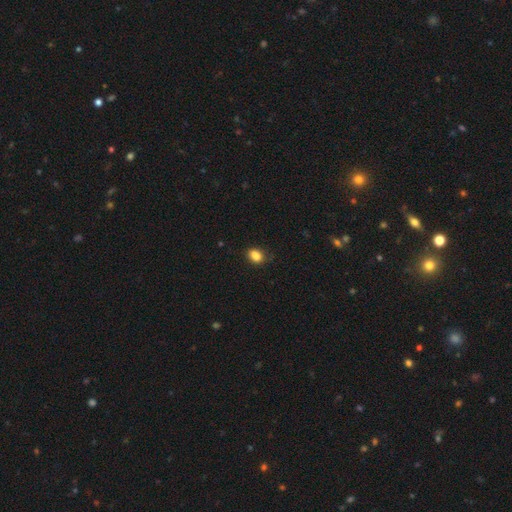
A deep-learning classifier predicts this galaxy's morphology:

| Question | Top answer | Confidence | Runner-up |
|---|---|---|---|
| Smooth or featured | smooth | 85% | star or artifact (10%) |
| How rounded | in between | 69% | round (29%) |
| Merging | none | 73% | minor disturbance (20%) |